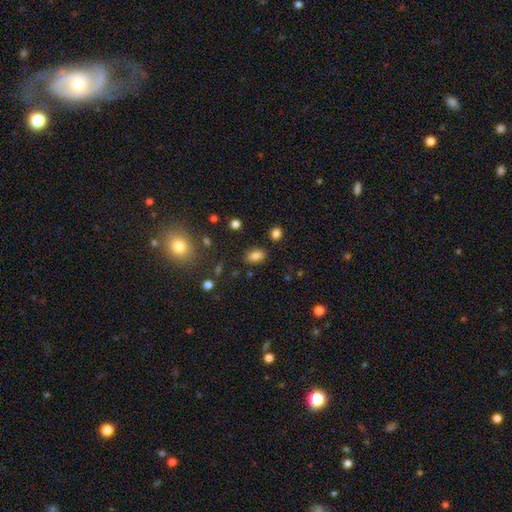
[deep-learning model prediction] A smooth galaxy with no disk features (81%) that is in between round and cigar-shaped (85%).

Vote fractions:
- Smooth or featured? smooth: 81% / star or artifact: 11% / featured or disk: 8%
- How rounded? in between: 85% / round: 12% / cigar-shaped: 2%
- Merging? none: 83% / minor disturbance: 10% / merger: 3% / major disturbance: 3%